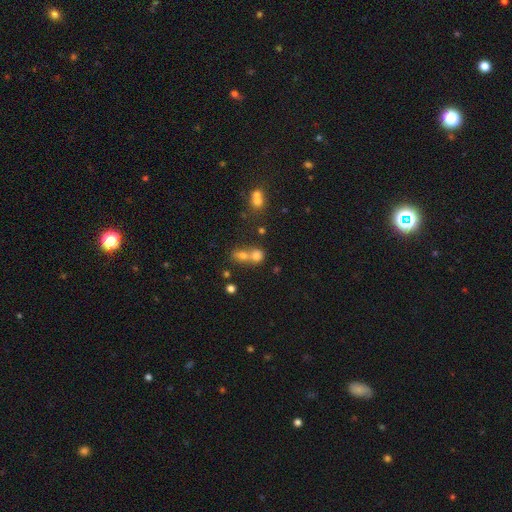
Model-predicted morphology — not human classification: Smooth or featured?
  - smooth: 71% *
  - star or artifact: 16%
  - featured or disk: 13%
How rounded?
  - round: 67% *
  - in between: 31%
  - cigar-shaped: 2%
Merging?
  - merger: 59% *
  - none: 30%
  - minor disturbance: 7%
  - major disturbance: 4%